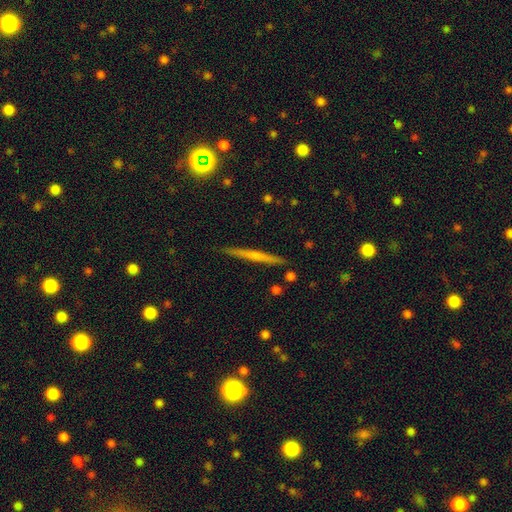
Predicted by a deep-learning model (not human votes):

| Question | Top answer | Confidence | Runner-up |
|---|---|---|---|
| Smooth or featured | featured or disk | 48% | smooth (44%) |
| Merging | none | 90% | minor disturbance (7%) |